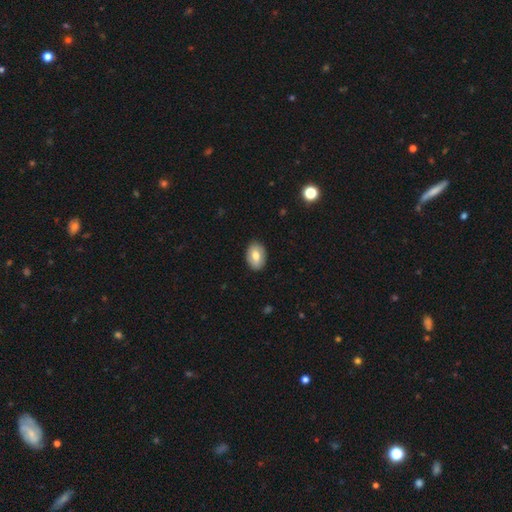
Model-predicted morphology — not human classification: Smooth or featured?
  - smooth: 72% *
  - featured or disk: 21%
  - star or artifact: 7%
How rounded?
  - in between: 83% *
  - round: 16%
  - cigar-shaped: 1%
Merging?
  - none: 88% *
  - minor disturbance: 9%
  - major disturbance: 2%
  - merger: 1%